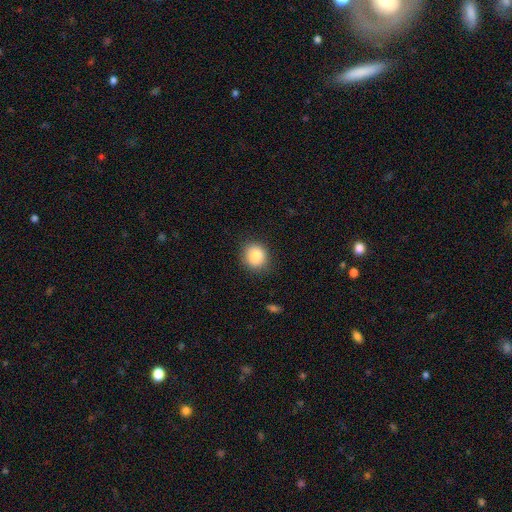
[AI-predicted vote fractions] A smooth galaxy with no disk features (84%) that is round (83%). Merging: none (87%).